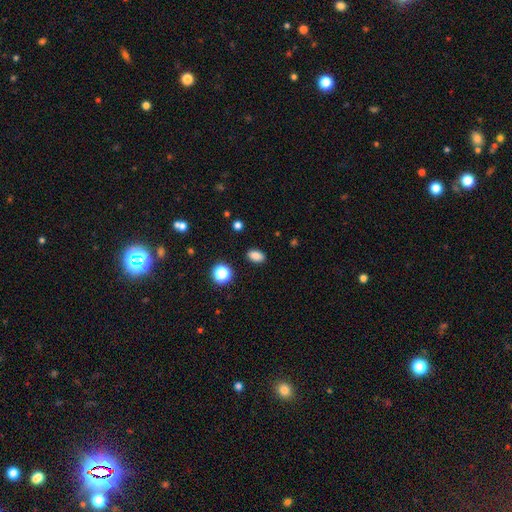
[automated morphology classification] Smooth or featured: smooth — 84% (star or artifact — 12%)
How rounded: in between — 86% (round — 12%)
Merging: none — 89% (minor disturbance — 8%)